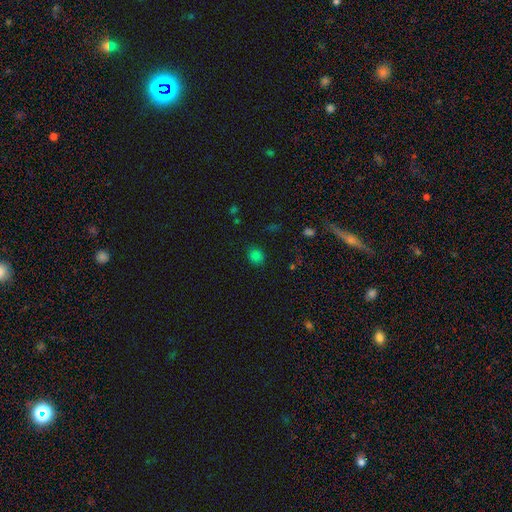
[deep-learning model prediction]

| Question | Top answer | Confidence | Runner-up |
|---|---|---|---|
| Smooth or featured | smooth | 80% | star or artifact (16%) |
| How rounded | round | 68% | in between (31%) |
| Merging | none | 85% | minor disturbance (11%) |